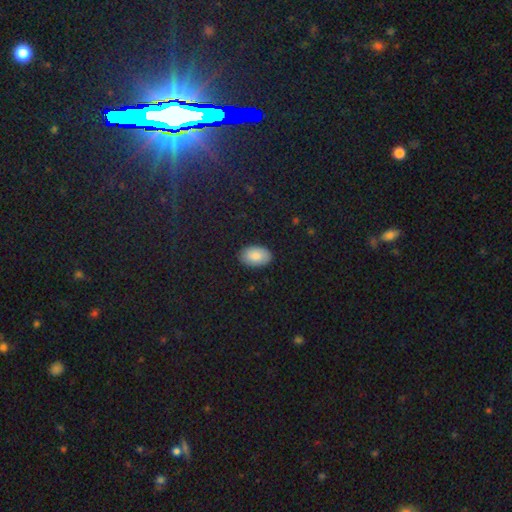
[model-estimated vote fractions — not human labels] This is clearly a smooth galaxy (86%). How rounded: clearly in between (93%). Merging: clearly none (88%).